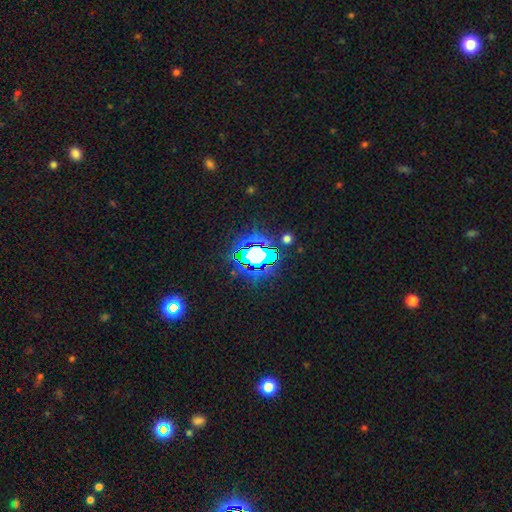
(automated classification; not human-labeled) Overall: star or artifact (69%).